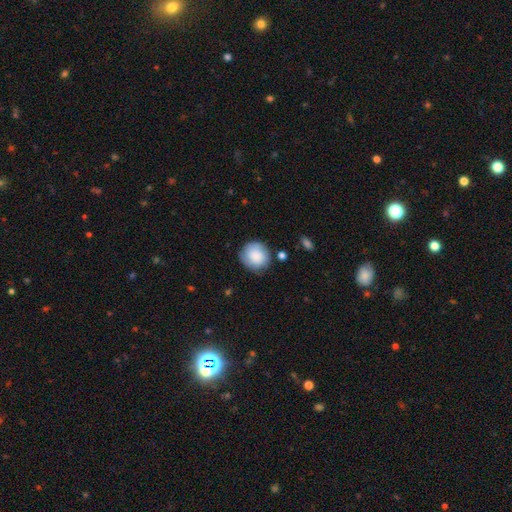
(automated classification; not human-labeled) Morphology: type=smooth (79%); roundness=round (86%); merging=none (76%).